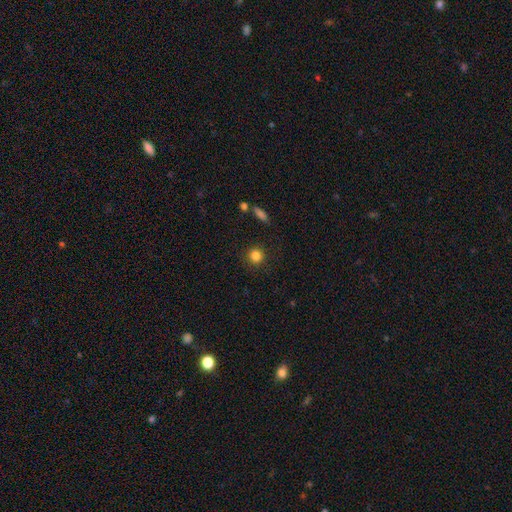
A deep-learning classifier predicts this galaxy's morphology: Q: Smooth or featured?
A: smooth (84%); runner-up: star or artifact (11%)
Q: How rounded?
A: round (92%); runner-up: in between (7%)
Q: Merging?
A: none (89%); runner-up: minor disturbance (7%)